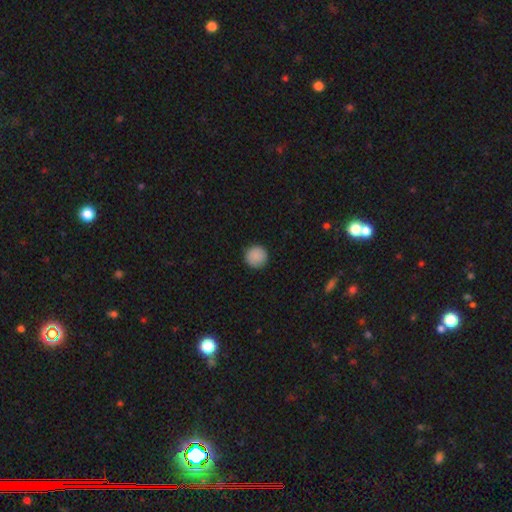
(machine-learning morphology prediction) Overall: smooth (89%). How rounded: round (95%). Merging: none (90%).